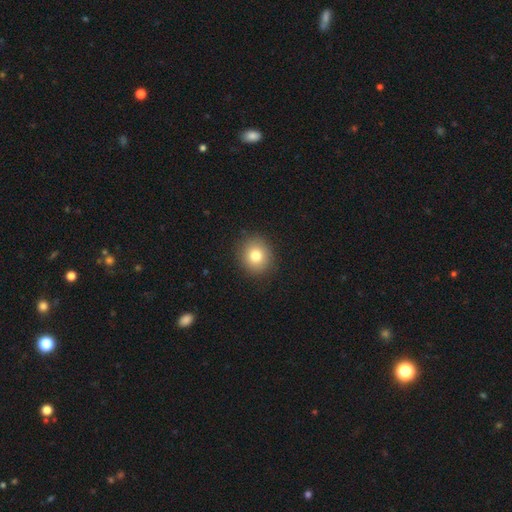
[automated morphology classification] Q: Smooth or featured?
A: smooth (80%); runner-up: star or artifact (11%)
Q: How rounded?
A: round (85%); runner-up: in between (14%)
Q: Merging?
A: none (90%); runner-up: minor disturbance (7%)